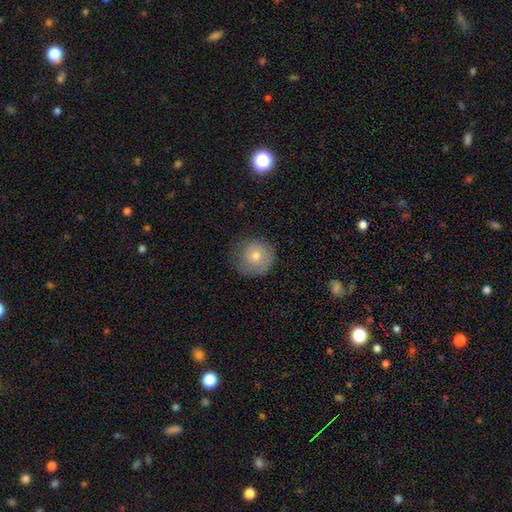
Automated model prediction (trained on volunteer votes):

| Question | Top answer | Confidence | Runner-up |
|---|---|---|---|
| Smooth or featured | smooth | 76% | featured or disk (15%) |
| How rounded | round | 91% | in between (8%) |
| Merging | none | 66% | minor disturbance (24%) |